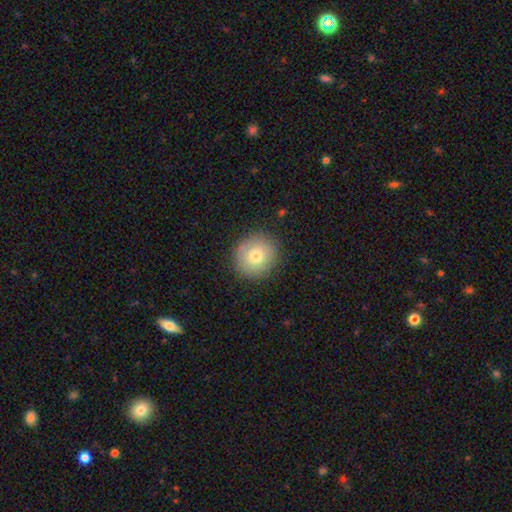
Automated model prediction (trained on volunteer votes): Q: Smooth or featured?
A: smooth (75%); runner-up: featured or disk (15%)
Q: How rounded?
A: round (90%); runner-up: in between (9%)
Q: Merging?
A: none (87%); runner-up: minor disturbance (9%)